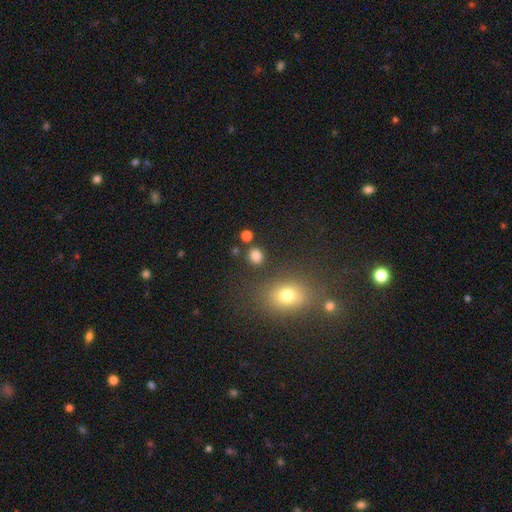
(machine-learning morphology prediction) Smooth or featured? Predicted: smooth (p=0.82). How rounded? Predicted: round (p=0.75). Merging? Predicted: none (p=0.83).